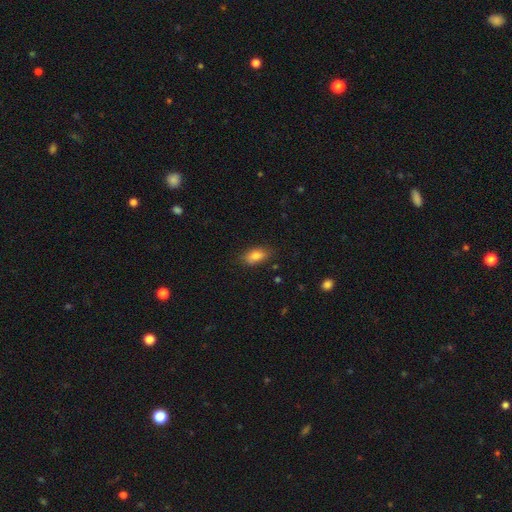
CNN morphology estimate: Smooth or featured? Predicted: smooth (p=0.82). How rounded? Predicted: in between (p=0.88). Merging? Predicted: none (p=0.79).